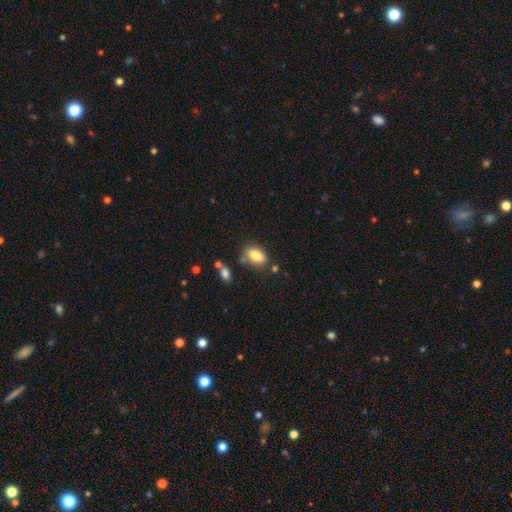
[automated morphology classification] The model was most divided on "merging": none: 69%, minor disturbance: 17%, merger: 10%, major disturbance: 4%. More confident: how rounded — in between (89%); smooth or featured — smooth (84%).